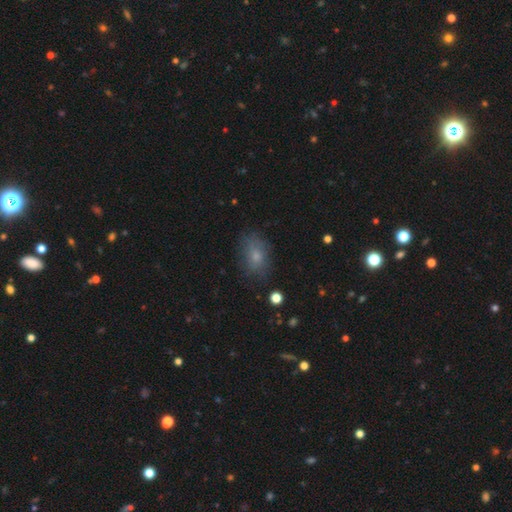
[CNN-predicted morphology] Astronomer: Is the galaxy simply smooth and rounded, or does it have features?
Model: smooth — 73%.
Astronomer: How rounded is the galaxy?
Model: in between — 79%.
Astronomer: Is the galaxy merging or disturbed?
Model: none — 72%.